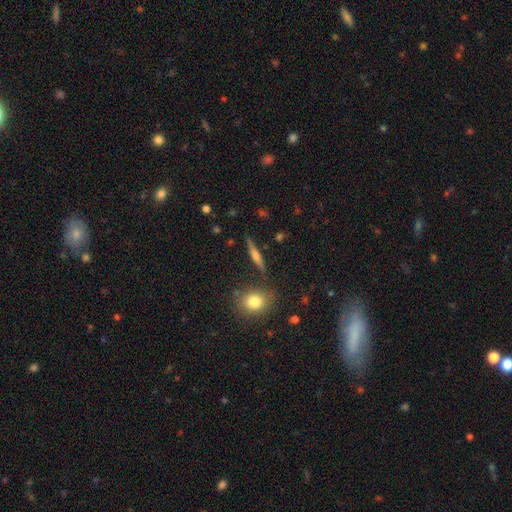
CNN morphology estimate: Overall: featured or disk (57%; smooth 35%). Edge-on disk: yes (95%). Edge-on bulge: rounded (77%). Merging: none (86%).